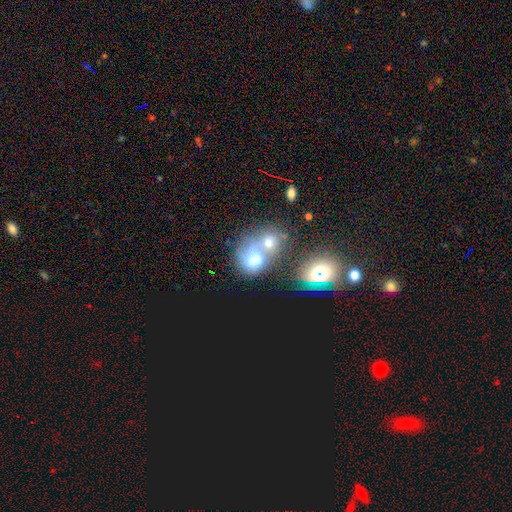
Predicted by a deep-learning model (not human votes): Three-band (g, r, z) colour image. It shows a smooth galaxy with no disk features (50%) that is round (63%). Merging: merger (71%).